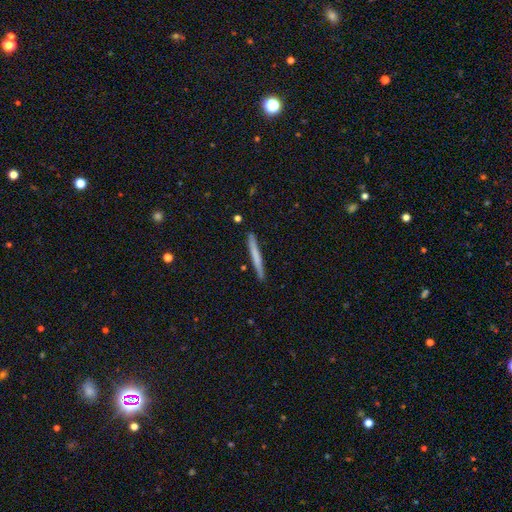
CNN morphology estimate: A smooth galaxy with no disk features (63%) that is cigar-shaped (97%). Merging: none (90%).